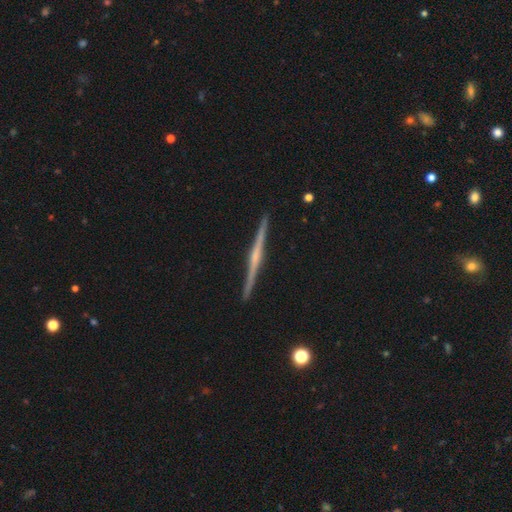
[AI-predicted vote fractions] smooth-or-featured: featured or disk: 81% | smooth: 14% | star or artifact: 5%
  disk-edge-on: yes: 99% | no: 1%
    edge-on-bulge: rounded: 54% | none: 32% | boxy: 14%
  merging: none: 93% | minor disturbance: 5% | major disturbance: 1% | merger: 1%